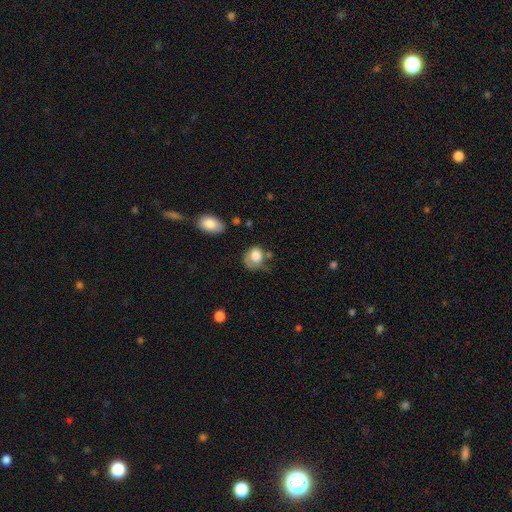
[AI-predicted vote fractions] This is likely a smooth galaxy (78%). How rounded: possibly round (57%). Merging: marginally none (35%).